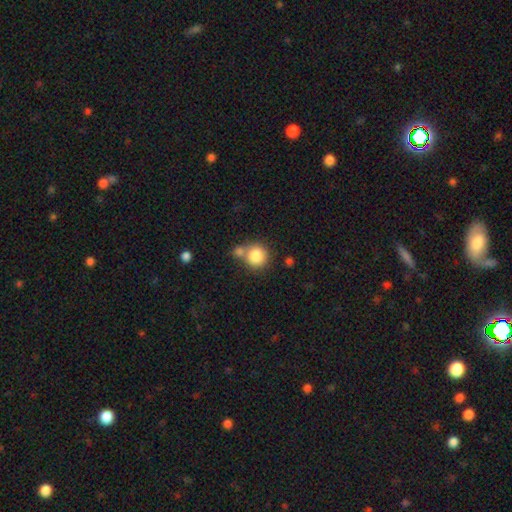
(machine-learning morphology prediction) smooth 83%, star or artifact 9%, featured or disk 8%. Down the decision tree: how rounded — round (90%); merging — none (52%).